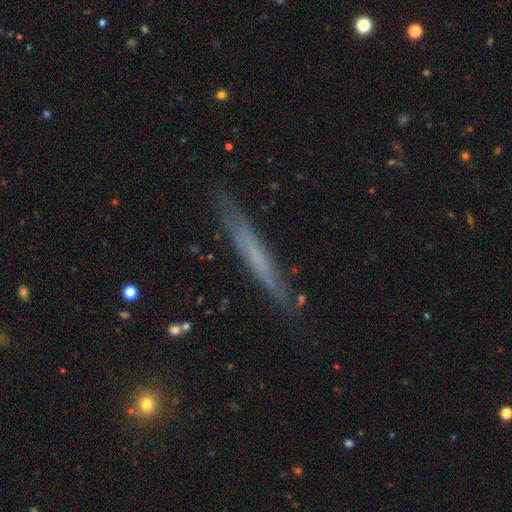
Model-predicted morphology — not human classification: A featured or disk galaxy (52%) viewed edge-on (90%). Merging: none (83%).